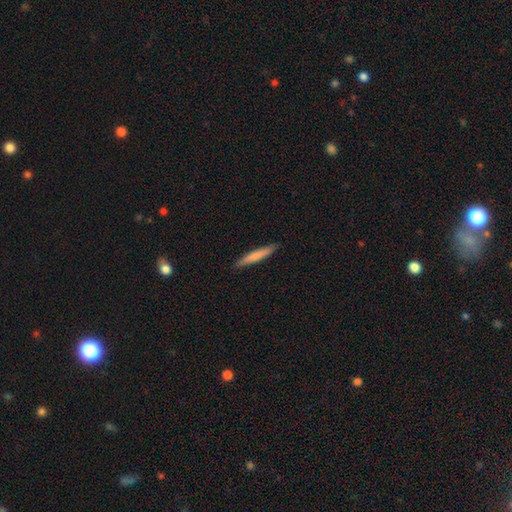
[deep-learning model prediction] This appears to be a smooth galaxy with no disk features (70%) that is cigar-shaped (94%). Merging: none (91%).